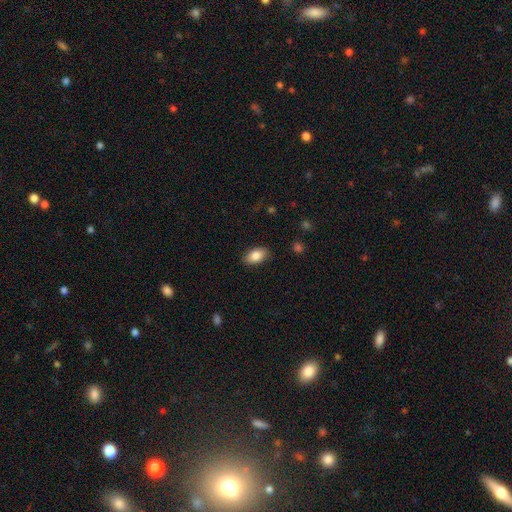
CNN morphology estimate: smooth 83%, featured or disk 10%, star or artifact 7%. Down the decision tree: how rounded — in between (92%); merging — none (88%).